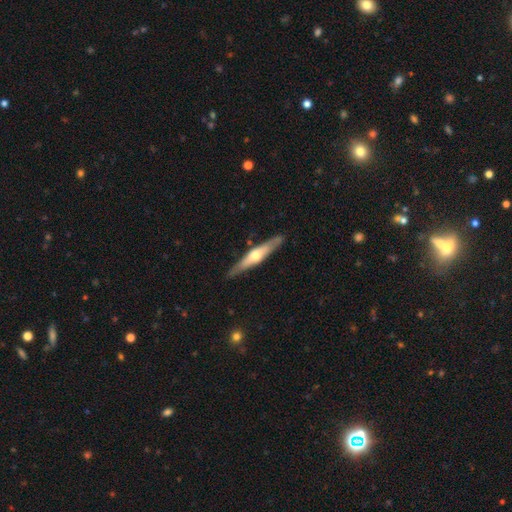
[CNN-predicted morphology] smooth-or-featured: featured or disk: 62% | smooth: 34% | star or artifact: 5%
  disk-edge-on: yes: 92% | no: 8%
    edge-on-bulge: rounded: 89% | none: 6% | boxy: 5%
  merging: none: 85% | minor disturbance: 11% | major disturbance: 2% | merger: 1%